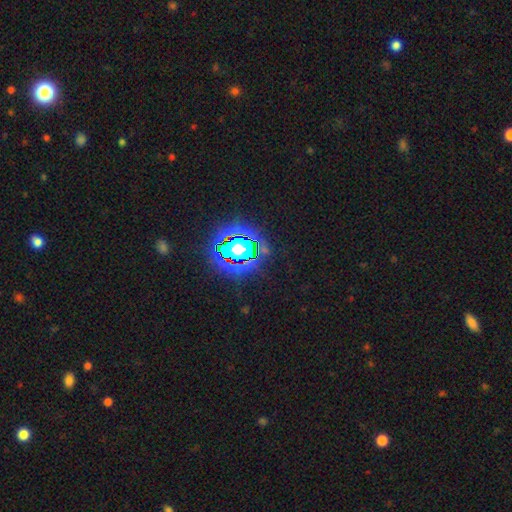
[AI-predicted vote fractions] This appears to be a star or artifact, not a galaxy (84%).